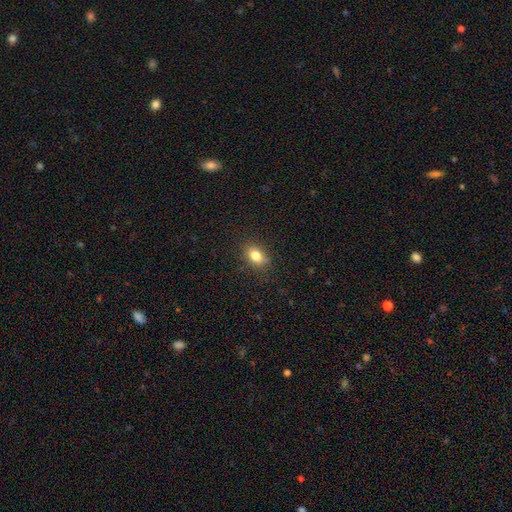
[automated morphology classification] The model was most divided on "how rounded": in between: 76%, round: 22%, cigar-shaped: 2%. More confident: merging — none (85%); smooth or featured — smooth (82%).